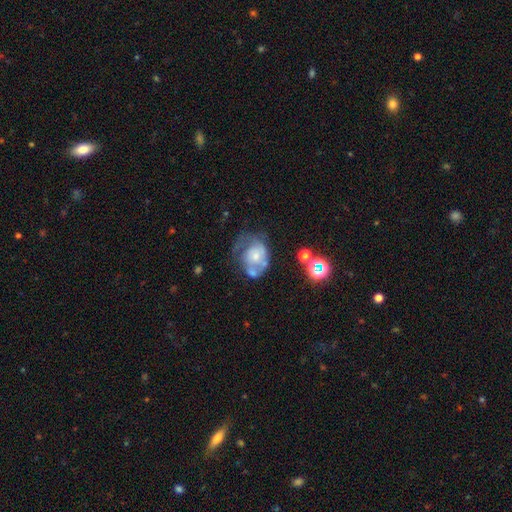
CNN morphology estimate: The model was most divided on "bulge size": small: 44%, moderate: 39%, none: 8%, large: 7%, dominant: 2%. Remaining: edge-on disk — no (97%); bar — no (83%); smooth or featured — featured or disk (60%); spiral arms — yes (57%); merging — major disturbance (36%).